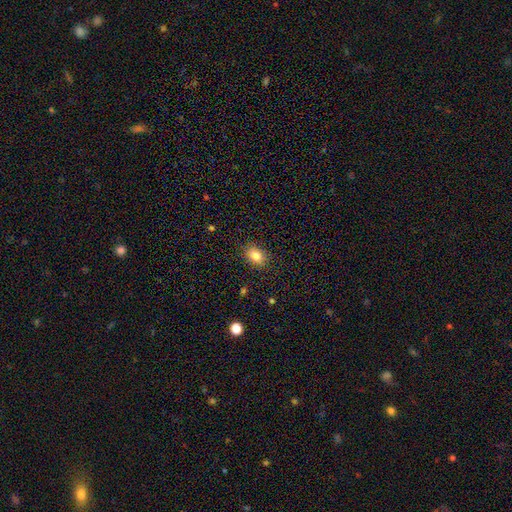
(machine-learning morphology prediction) Smooth or featured?
  - smooth: 84% *
  - star or artifact: 10%
  - featured or disk: 7%
How rounded?
  - in between: 73% *
  - round: 26%
  - cigar-shaped: 1%
Merging?
  - none: 87% *
  - minor disturbance: 10%
  - major disturbance: 3%
  - merger: 1%